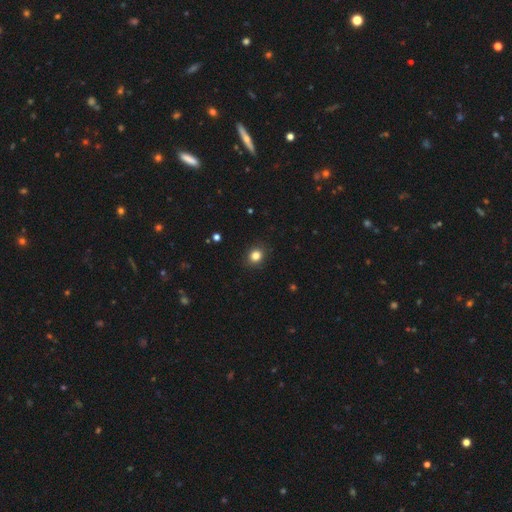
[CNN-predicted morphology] Q: Smooth or featured?
A: smooth (83%); runner-up: star or artifact (12%)
Q: How rounded?
A: round (75%); runner-up: in between (24%)
Q: Merging?
A: none (89%); runner-up: minor disturbance (8%)